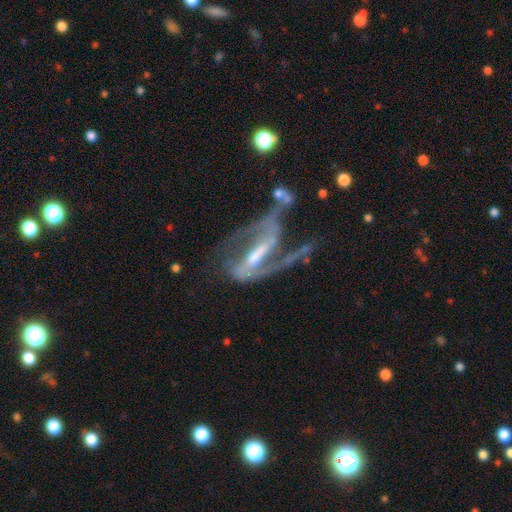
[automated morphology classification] smooth-or-featured: featured or disk: 86% | smooth: 7% | star or artifact: 7%
  disk-edge-on: no: 93% | yes: 7%
    bar: strong: 52% | weak: 33% | no: 15%
    has-spiral-arms: yes: 88% | no: 12%
      spiral-winding: loose: 45% | medium: 41% | tight: 15%
      spiral-arm-count: 2: 68% | 1: 15% | can't tell: 9% | 3: 4% | 4: 2% | more than 4: 2%
    bulge-size: small: 43% | moderate: 39% | none: 11% | large: 5% | dominant: 1%
  merging: major disturbance: 41% | none: 28% | merger: 16% | minor disturbance: 15%